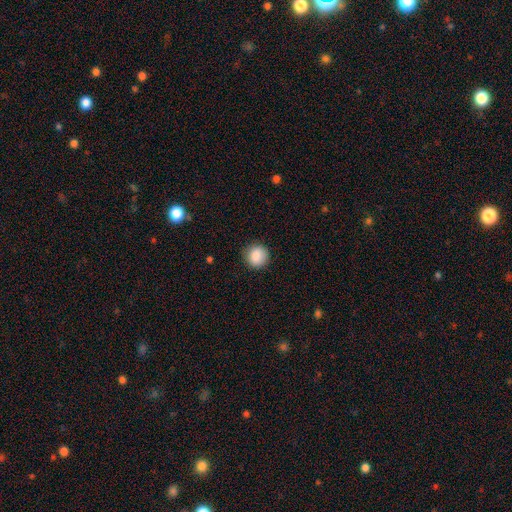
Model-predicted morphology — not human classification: Smooth or featured? Predicted: smooth (p=0.88). How rounded? Predicted: round (p=0.93). Merging? Predicted: none (p=0.89).